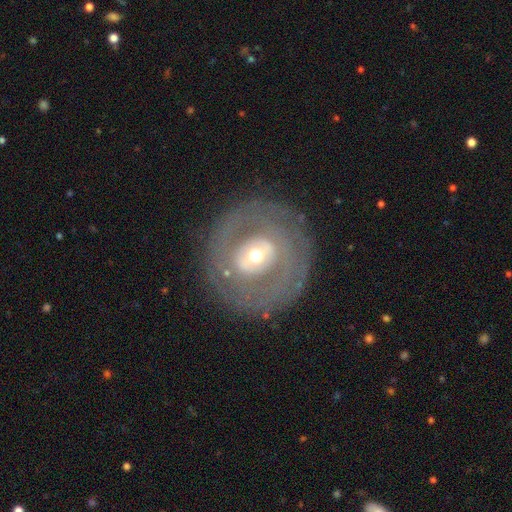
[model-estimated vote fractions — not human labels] Smooth or featured? featured or disk (65%)
Edge-on disk? no (95%)
Bar? no (51%)
Spiral arms? no (70%)
Bulge size? moderate (62%)
Merging? none (81%)